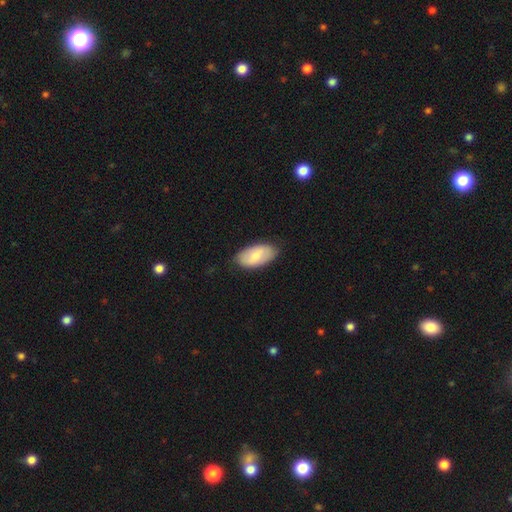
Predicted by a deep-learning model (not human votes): smooth_or_featured: smooth (p=0.68) [alt: featured or disk p=0.27]
how_rounded: in between (p=0.94) [alt: cigar-shaped p=0.03]
merging: none (p=0.78) [alt: minor disturbance p=0.17]